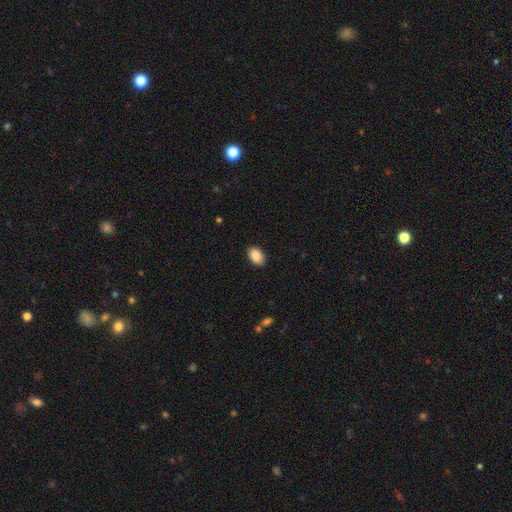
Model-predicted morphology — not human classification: A smooth galaxy with no disk features (90%) that is in between round and cigar-shaped (89%). Merging: none (87%).